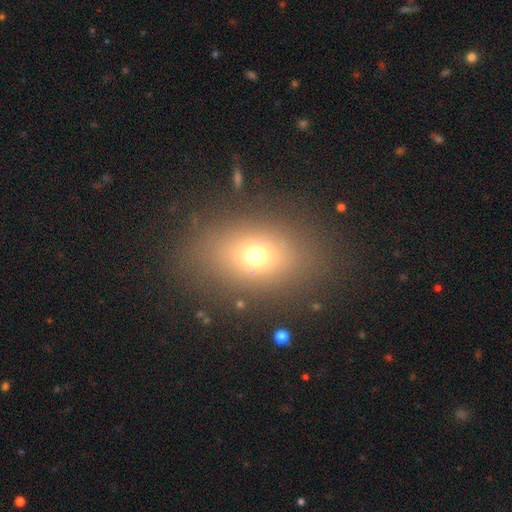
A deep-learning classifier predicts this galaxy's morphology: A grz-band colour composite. It shows a smooth galaxy with no disk features (67%) that is in between round and cigar-shaped (64%). Merging: none (81%).